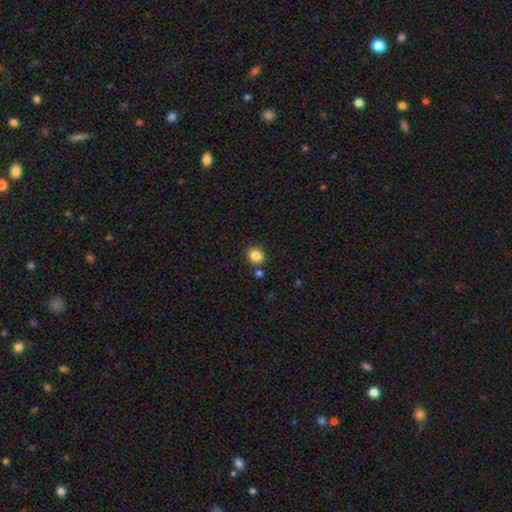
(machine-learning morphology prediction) Smooth or featured? smooth (85%)
How rounded? round (71%)
Merging? none (82%)